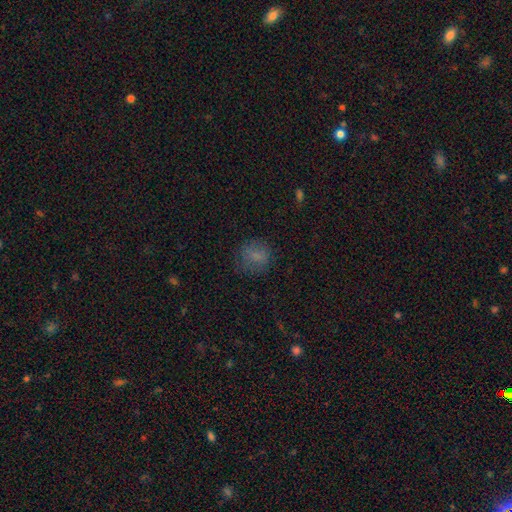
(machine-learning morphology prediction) A smooth galaxy with no disk features (73%) that is round (74%). Merging: none (70%).